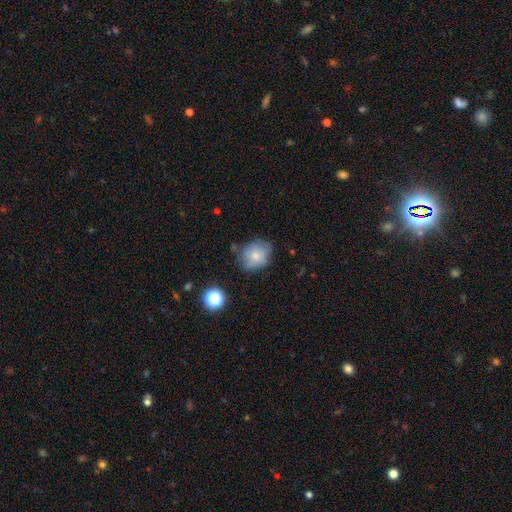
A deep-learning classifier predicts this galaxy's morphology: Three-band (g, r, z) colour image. It shows a smooth galaxy with no disk features (74%) that is round (59%). Merging: none (63%).